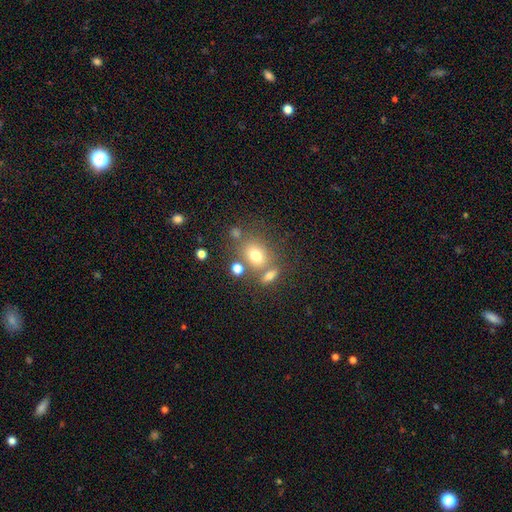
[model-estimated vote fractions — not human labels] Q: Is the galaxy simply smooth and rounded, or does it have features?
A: smooth — 71%.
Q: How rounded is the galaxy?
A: round — 56%.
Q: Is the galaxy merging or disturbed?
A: none — 58%.